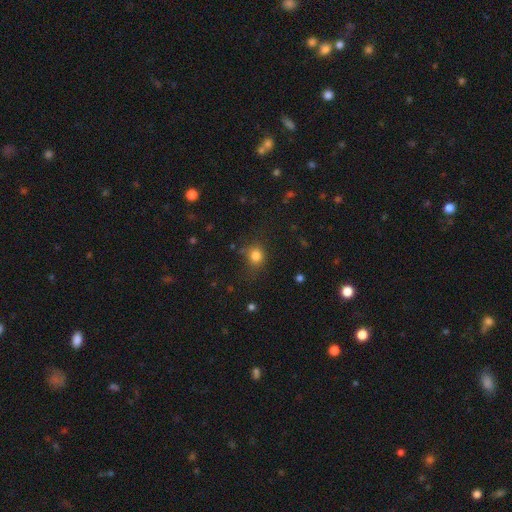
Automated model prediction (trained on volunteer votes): Overall: smooth (81%). How rounded: round (79%). Merging: none (72%).